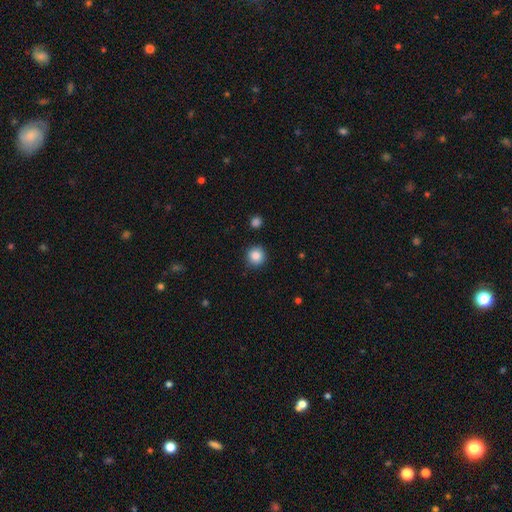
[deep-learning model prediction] Morphology: type=smooth (86%); roundness=round (94%); merging=none (89%).